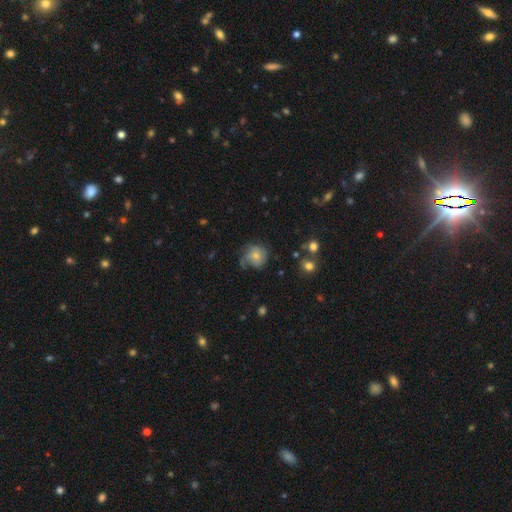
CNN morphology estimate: type=smooth (56%); roundness=round (82%); merging=none (53%).